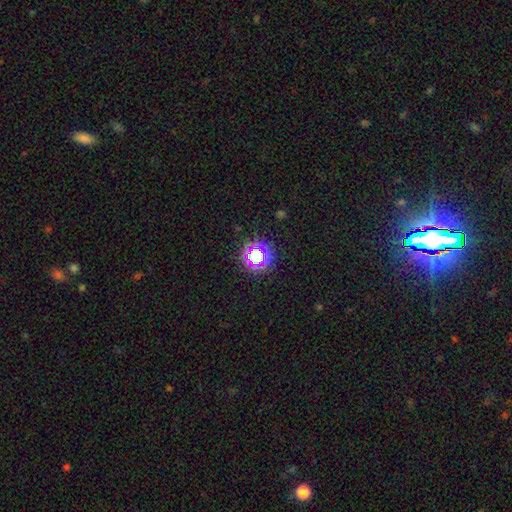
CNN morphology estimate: A star or artifact, not a galaxy (69%).